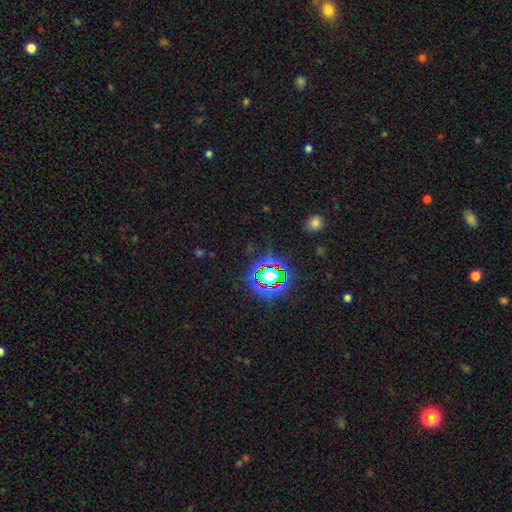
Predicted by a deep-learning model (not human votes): A star or artifact, not a galaxy (79%).

Vote fractions:
- Smooth or featured? star or artifact: 79% / smooth: 13% / featured or disk: 8%